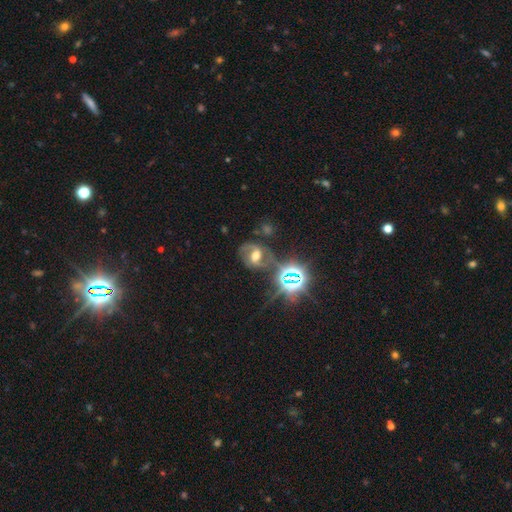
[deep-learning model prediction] Q: Smooth or featured?
A: featured or disk (57%); runner-up: star or artifact (25%)
Q: Edge-on disk?
A: no (95%); runner-up: yes (5%)
Q: Bar?
A: weak (39%); runner-up: strong (38%)
Q: Spiral arms?
A: yes (79%); runner-up: no (21%)
Q: Bulge size?
A: moderate (63%); runner-up: large (20%)
Q: Merging?
A: none (62%); runner-up: minor disturbance (19%)